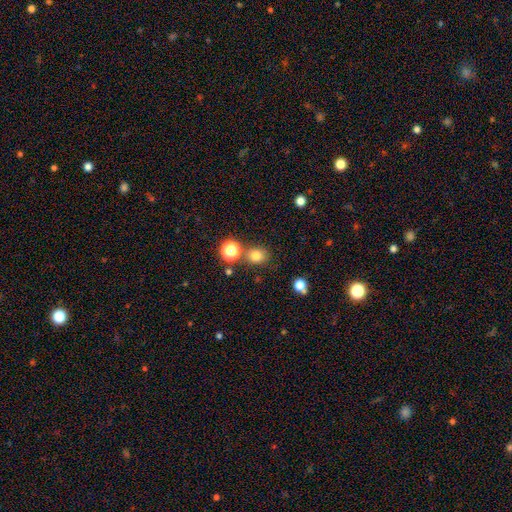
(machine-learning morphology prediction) Smooth or featured: smooth — 76% (star or artifact — 17%)
How rounded: round — 70% (in between — 29%)
Merging: none — 75% (merger — 11%)